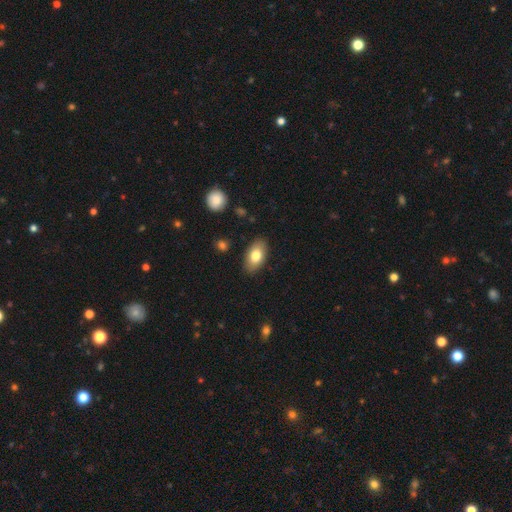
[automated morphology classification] Smooth or featured: smooth — 78% (featured or disk — 15%)
How rounded: in between — 92% (round — 5%)
Merging: none — 87% (minor disturbance — 9%)